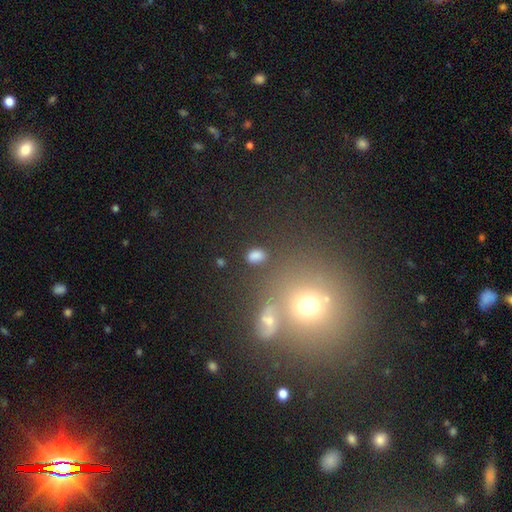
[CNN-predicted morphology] This is likely a smooth galaxy (79%). How rounded: likely in between (73%). Merging: likely none (80%).